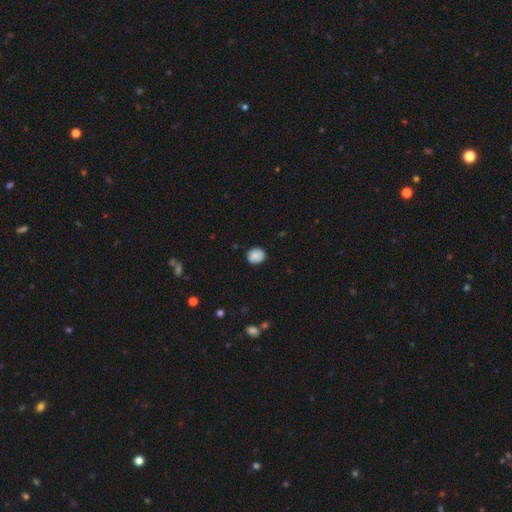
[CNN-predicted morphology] A smooth galaxy with no disk features (86%) that is round (76%).

Vote fractions:
- Smooth or featured? smooth: 86% / star or artifact: 8% / featured or disk: 6%
- How rounded? round: 76% / in between: 24% / cigar-shaped: 1%
- Merging? none: 84% / minor disturbance: 12% / major disturbance: 2% / merger: 1%